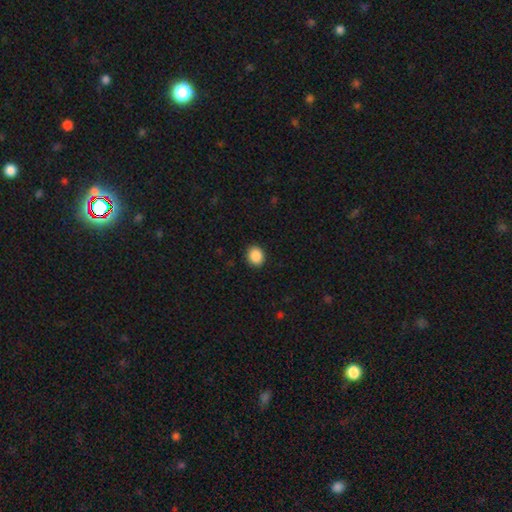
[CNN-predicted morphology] Smooth or featured? Predicted: smooth (p=0.89). How rounded? Predicted: round (p=0.62). Merging? Predicted: none (p=0.90).